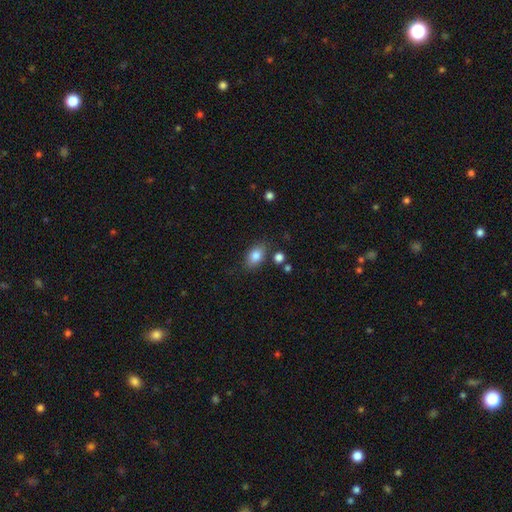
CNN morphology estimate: type=smooth (82%); roundness=in between (86%); merging=none (78%).